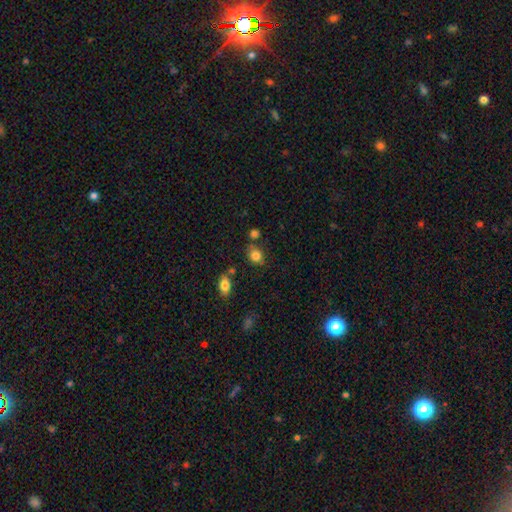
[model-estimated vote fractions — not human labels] Smooth or featured?
  - smooth: 82% *
  - star or artifact: 10%
  - featured or disk: 7%
How rounded?
  - round: 50% *
  - in between: 48%
  - cigar-shaped: 1%
Merging?
  - none: 68% *
  - minor disturbance: 16%
  - merger: 12%
  - major disturbance: 4%